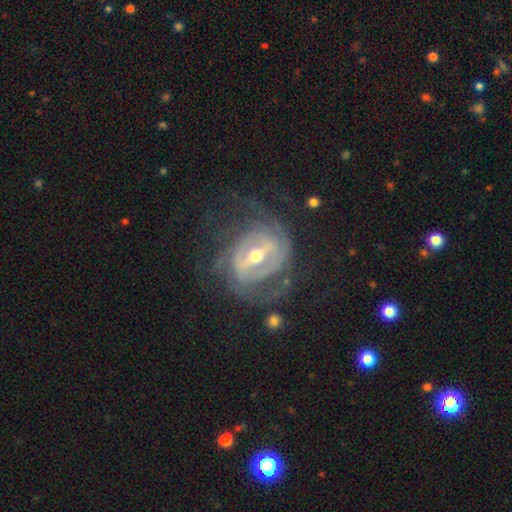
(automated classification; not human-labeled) Q: Smooth or featured?
A: featured or disk (88%); runner-up: smooth (7%)
Q: Edge-on disk?
A: no (96%); runner-up: yes (4%)
Q: Bar?
A: strong (56%); runner-up: weak (33%)
Q: Spiral arms?
A: yes (89%); runner-up: no (11%)
Q: Spiral winding?
A: tight (48%); runner-up: medium (36%)
Q: Spiral arm count?
A: 2 (43%); runner-up: can't tell (26%)
Q: Bulge size?
A: moderate (63%); runner-up: small (31%)
Q: Merging?
A: none (62%); runner-up: major disturbance (19%)